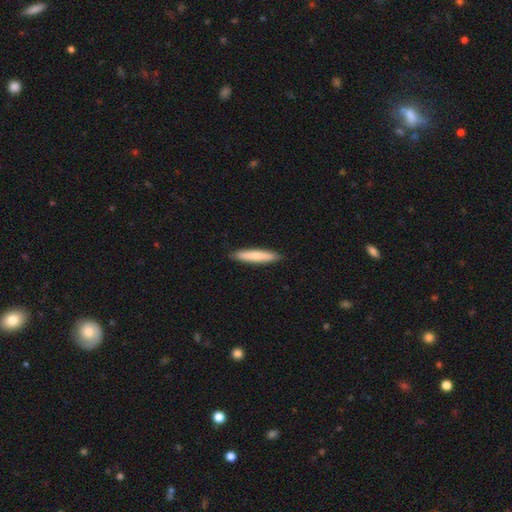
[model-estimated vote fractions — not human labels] A smooth galaxy with no disk features (77%) that is cigar-shaped (91%). Merging: none (91%).